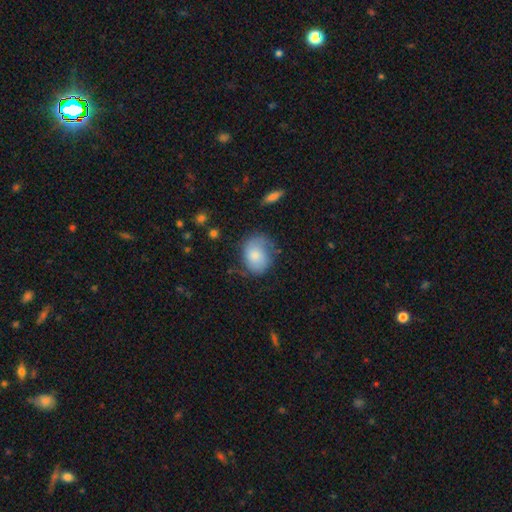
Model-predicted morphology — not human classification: Smooth or featured? Predicted: smooth (p=0.65). How rounded? Predicted: in between (p=0.59). Merging? Predicted: none (p=0.57).